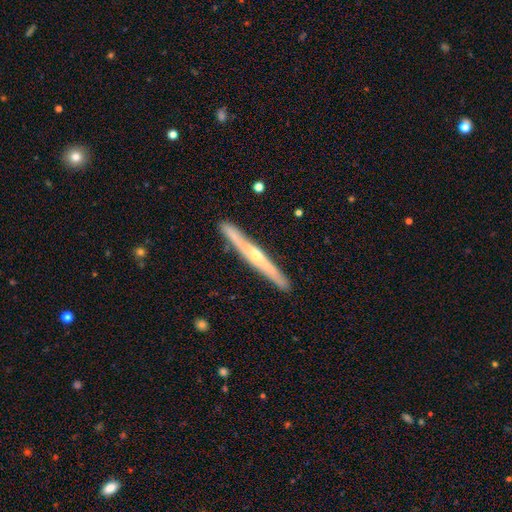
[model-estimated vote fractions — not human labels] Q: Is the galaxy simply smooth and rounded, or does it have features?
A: featured or disk — 71%.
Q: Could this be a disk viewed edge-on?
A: yes — 96%.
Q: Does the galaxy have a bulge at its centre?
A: rounded — 69%.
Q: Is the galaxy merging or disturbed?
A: none — 89%.